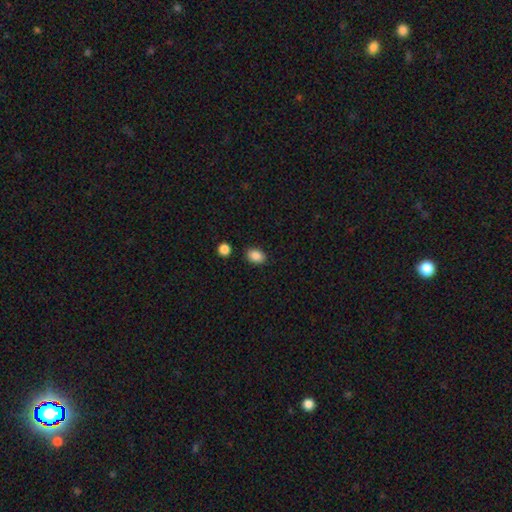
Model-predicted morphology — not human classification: smooth_or_featured: smooth (p=0.88) [alt: star or artifact p=0.08]
how_rounded: in between (p=0.78) [alt: round p=0.21]
merging: none (p=0.86) [alt: minor disturbance p=0.09]